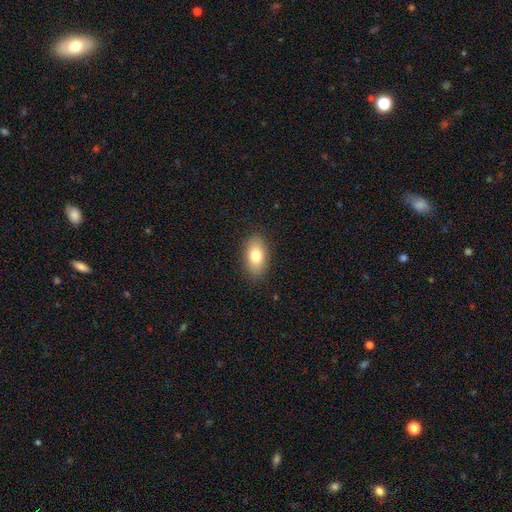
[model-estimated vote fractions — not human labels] smooth_or_featured: smooth (p=0.78) [alt: featured or disk p=0.14]
how_rounded: in between (p=0.90) [alt: round p=0.07]
merging: none (p=0.87) [alt: minor disturbance p=0.10]